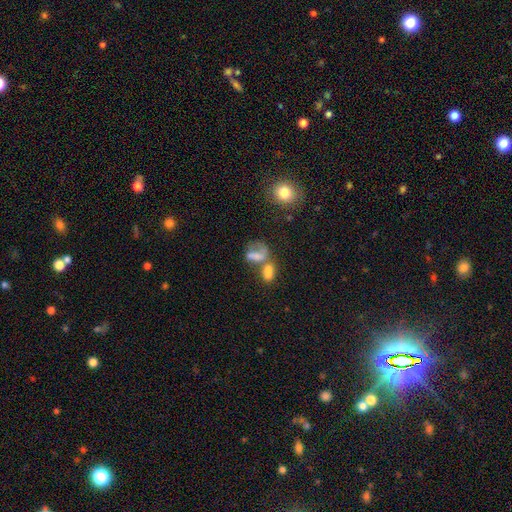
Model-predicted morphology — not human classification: A smooth galaxy with no disk features (59%) that is in between round and cigar-shaped (76%).

Vote fractions:
- Smooth or featured? smooth: 59% / featured or disk: 26% / star or artifact: 14%
- How rounded? in between: 76% / round: 15% / cigar-shaped: 9%
- Merging? merger: 57% / none: 18% / major disturbance: 16% / minor disturbance: 10%